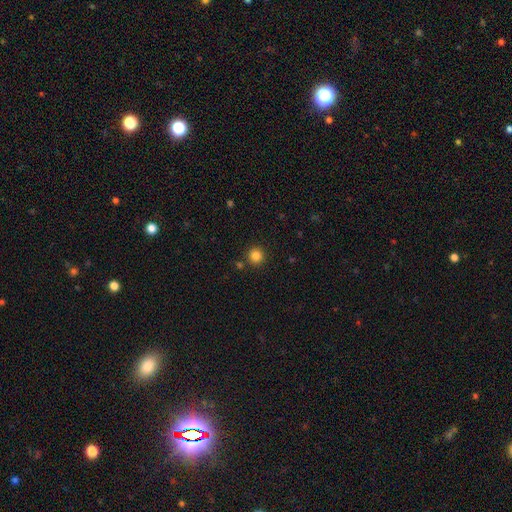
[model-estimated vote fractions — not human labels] A smooth galaxy with no disk features (84%) that is round (94%). Merging: none (87%).